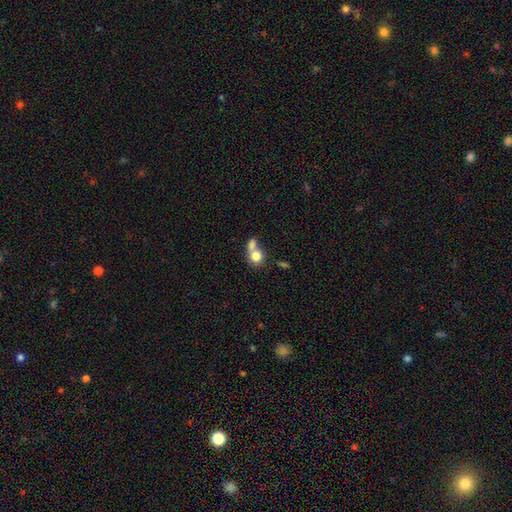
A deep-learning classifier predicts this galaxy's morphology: smooth 79%, featured or disk 13%, star or artifact 9%. Down the decision tree: how rounded — round (73%); merging — merger (58%).